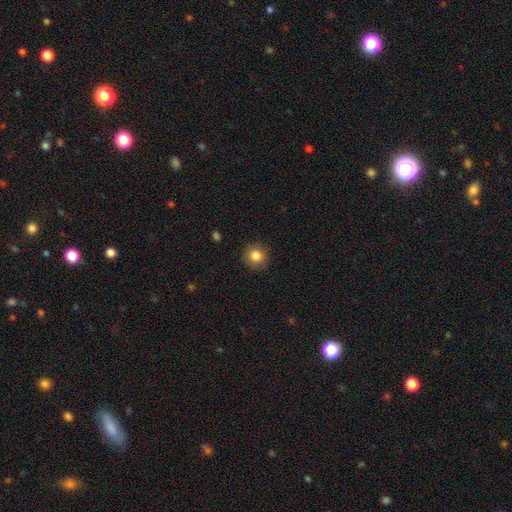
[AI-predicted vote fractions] Smooth or featured? smooth (84%)
How rounded? round (88%)
Merging? none (87%)